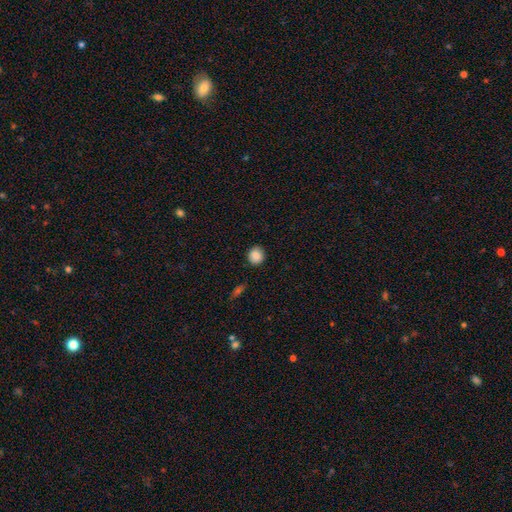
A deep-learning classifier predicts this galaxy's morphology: smooth_or_featured: smooth (p=0.87) [alt: star or artifact p=0.08]
how_rounded: round (p=0.83) [alt: in between p=0.16]
merging: none (p=0.89) [alt: minor disturbance p=0.07]